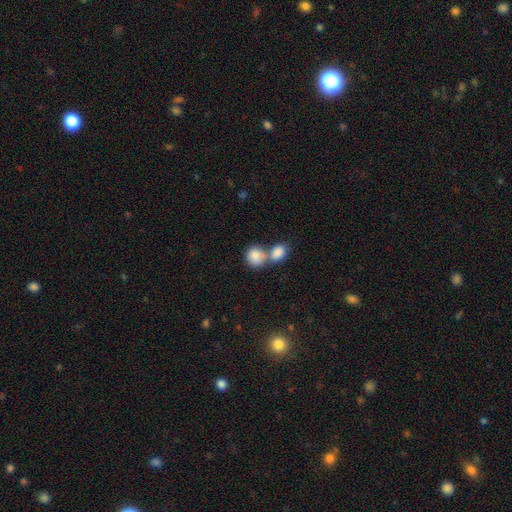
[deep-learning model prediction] Morphology: type=smooth (85%); roundness=round (71%); merging=merger (59%).